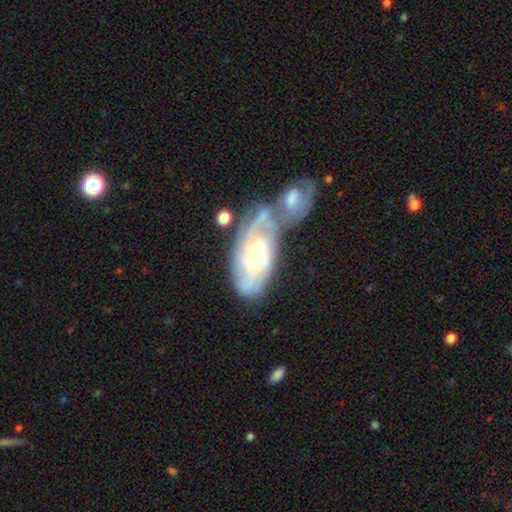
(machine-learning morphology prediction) smooth_or_featured: featured or disk (p=0.68) [alt: smooth p=0.25]
disk_edge_on: no (p=0.93) [alt: yes p=0.07]
bar: no (p=0.56) [alt: weak p=0.35]
has_spiral_arms: yes (p=0.88) [alt: no p=0.12]
spiral_winding: tight (p=0.52) [alt: medium p=0.35]
spiral_arm_count: can't tell (p=0.45) [alt: 2 p=0.22]
bulge_size: moderate (p=0.45) [alt: small p=0.31]
merging: merger (p=0.50) [alt: none p=0.26]